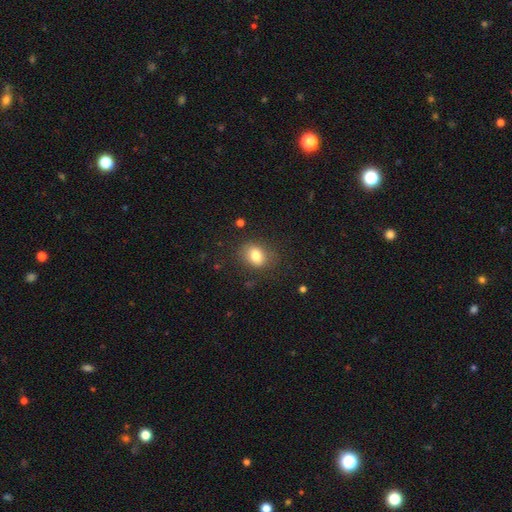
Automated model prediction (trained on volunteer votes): Smooth or featured: smooth — 80% (featured or disk — 10%)
How rounded: in between — 58% (round — 41%)
Merging: none — 78% (minor disturbance — 15%)